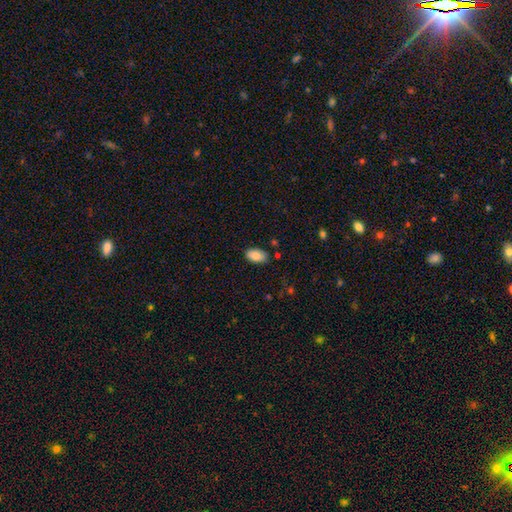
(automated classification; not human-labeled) smooth-or-featured: smooth: 85% | featured or disk: 8% | star or artifact: 7%
  how-rounded: in between: 94% | round: 5% | cigar-shaped: 2%
  merging: none: 83% | minor disturbance: 12% | major disturbance: 2% | merger: 2%